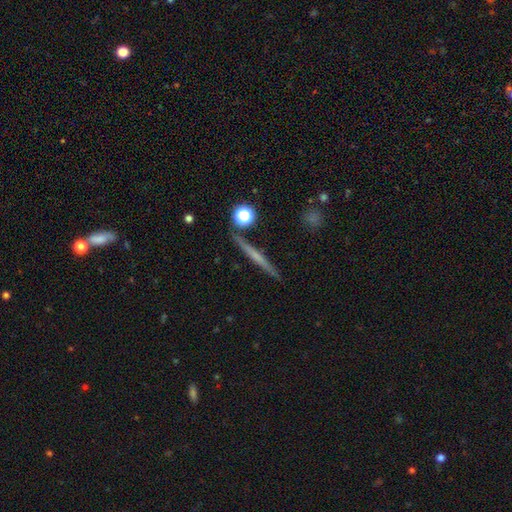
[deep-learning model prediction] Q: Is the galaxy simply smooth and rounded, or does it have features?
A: featured or disk — 54%.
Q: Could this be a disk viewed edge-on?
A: yes — 97%.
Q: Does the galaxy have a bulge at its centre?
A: none — 69%.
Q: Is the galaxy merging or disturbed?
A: none — 89%.